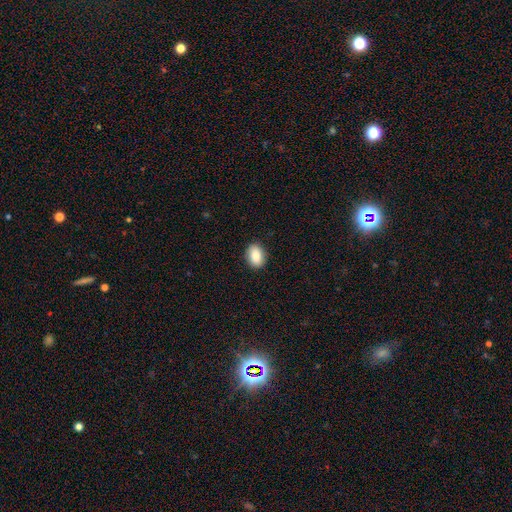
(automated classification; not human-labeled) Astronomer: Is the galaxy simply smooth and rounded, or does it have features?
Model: smooth — 87%.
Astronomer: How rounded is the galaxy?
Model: in between — 79%.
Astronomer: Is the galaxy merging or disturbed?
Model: none — 89%.